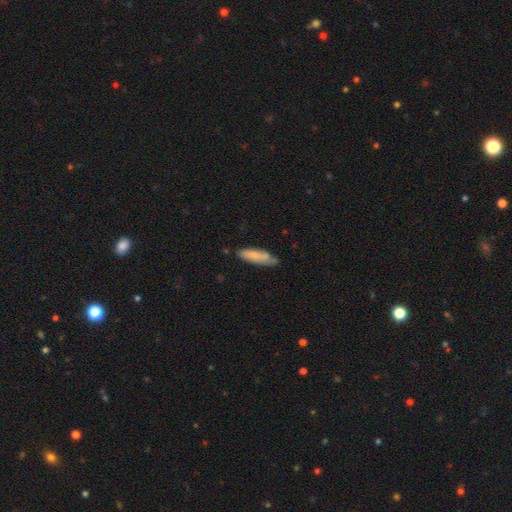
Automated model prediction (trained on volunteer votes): This is likely a smooth galaxy (77%). How rounded: likely cigar-shaped (69%). Merging: likely none (67%).